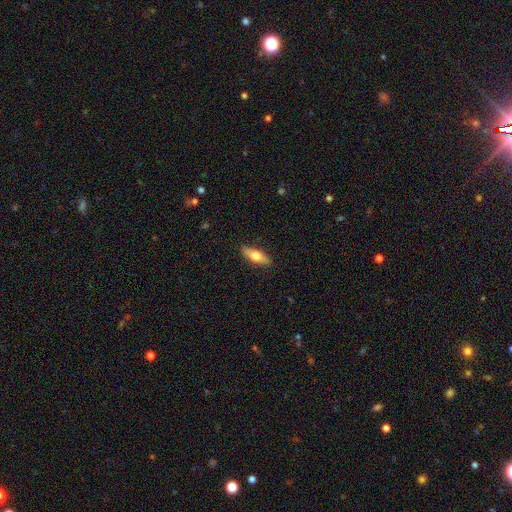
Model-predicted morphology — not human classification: A smooth galaxy with no disk features (58%) that is in between round and cigar-shaped (50%).

Vote fractions:
- Smooth or featured? smooth: 58% / featured or disk: 36% / star or artifact: 6%
- How rounded? in between: 50% / cigar-shaped: 47% / round: 3%
- Merging? none: 88% / minor disturbance: 9% / major disturbance: 2% / merger: 1%